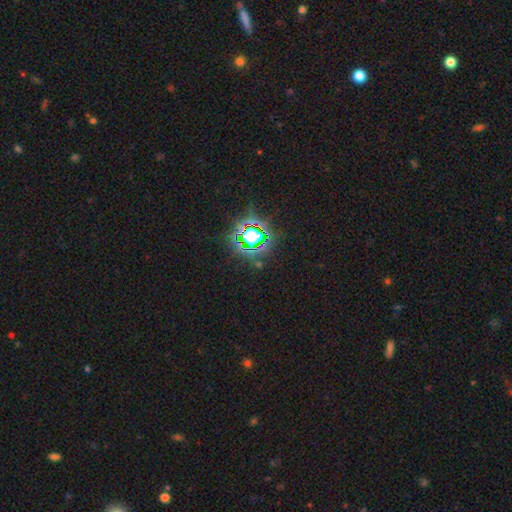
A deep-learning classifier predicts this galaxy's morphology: type=star or artifact (81%).